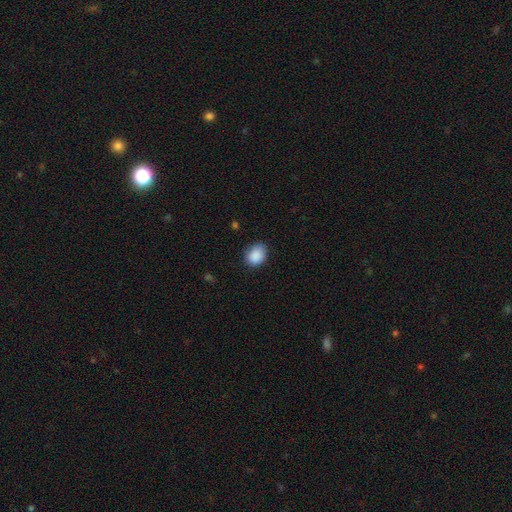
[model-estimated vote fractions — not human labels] smooth-or-featured: smooth: 89% | star or artifact: 8% | featured or disk: 3%
  how-rounded: in between: 60% | round: 39% | cigar-shaped: 1%
  merging: none: 76% | minor disturbance: 19% | major disturbance: 3% | merger: 1%